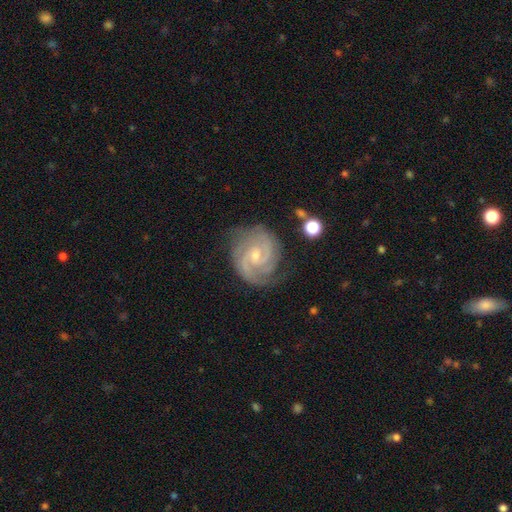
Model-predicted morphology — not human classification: The model was most divided on "bar": no: 54%, weak: 38%, strong: 8%. More confident: spiral arms — yes (98%); edge-on disk — no (98%); smooth or featured — featured or disk (91%); merging — none (76%); spiral winding — tight (66%); bulge size — small (64%); spiral arm count — 2 (52%).